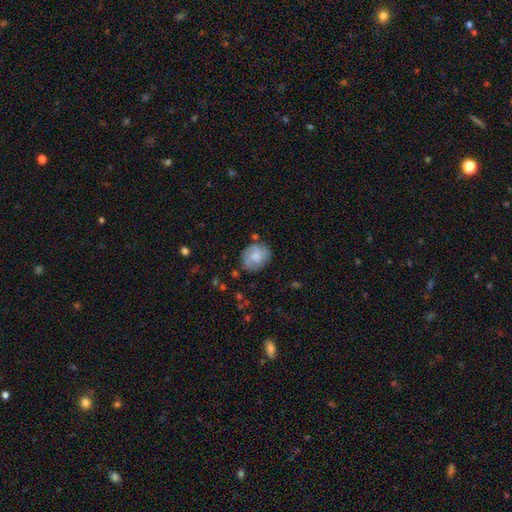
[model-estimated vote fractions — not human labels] This is possibly a smooth galaxy (52%). How rounded: likely round (61%). Merging: likely none (70%).